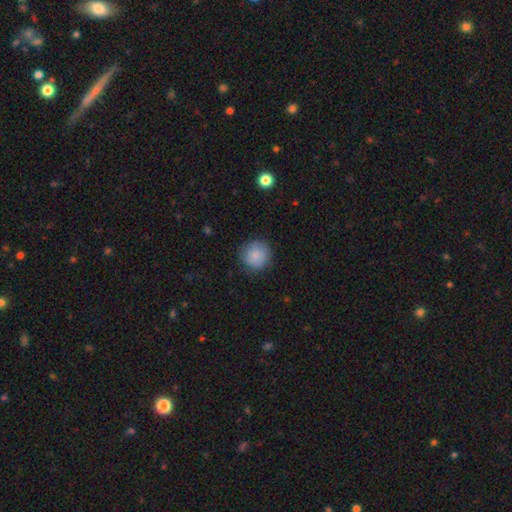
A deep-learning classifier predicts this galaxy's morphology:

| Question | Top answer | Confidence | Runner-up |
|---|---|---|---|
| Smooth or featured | smooth | 85% | star or artifact (8%) |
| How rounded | round | 93% | in between (6%) |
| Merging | none | 82% | minor disturbance (13%) |